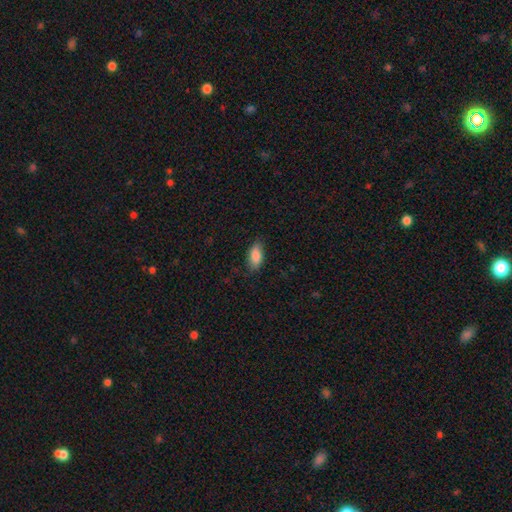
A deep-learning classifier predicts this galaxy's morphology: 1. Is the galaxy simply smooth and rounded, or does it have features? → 87% smooth, 7% star or artifact, 6% featured or disk.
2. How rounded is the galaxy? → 90% in between, 7% cigar-shaped, 3% round.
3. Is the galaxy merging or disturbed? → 80% none, 16% minor disturbance, 3% major disturbance, 1% merger.